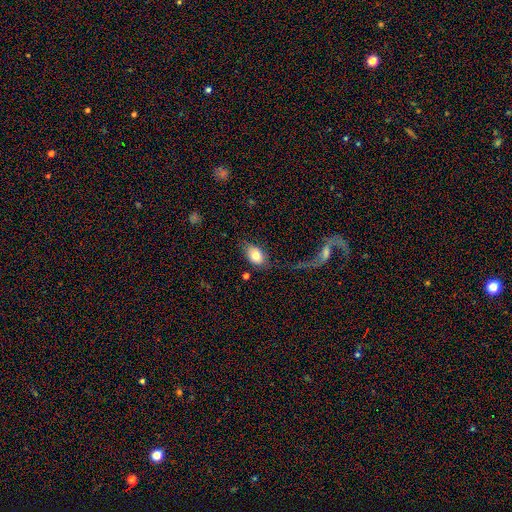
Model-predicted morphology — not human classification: A smooth galaxy with no disk features (76%) that is in between round and cigar-shaped (84%). Merging: none (58%).